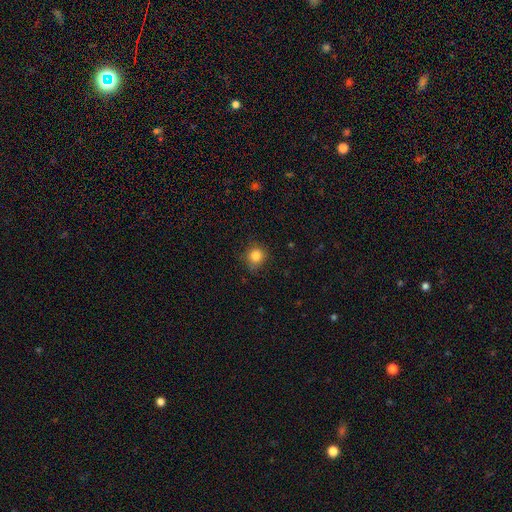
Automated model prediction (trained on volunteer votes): Smooth or featured: smooth — 85% (star or artifact — 11%)
How rounded: round — 87% (in between — 12%)
Merging: none — 80% (minor disturbance — 16%)